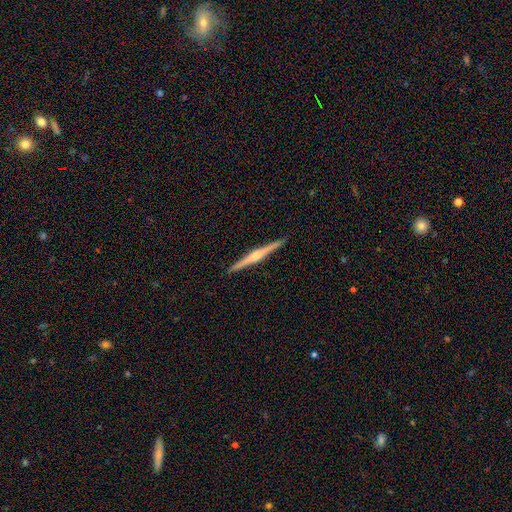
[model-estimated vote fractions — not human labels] Q: Smooth or featured?
A: featured or disk (76%); runner-up: smooth (19%)
Q: Edge-on disk?
A: yes (99%); runner-up: no (1%)
Q: Edge-on bulge?
A: rounded (76%); runner-up: boxy (13%)
Q: Merging?
A: none (93%); runner-up: minor disturbance (5%)